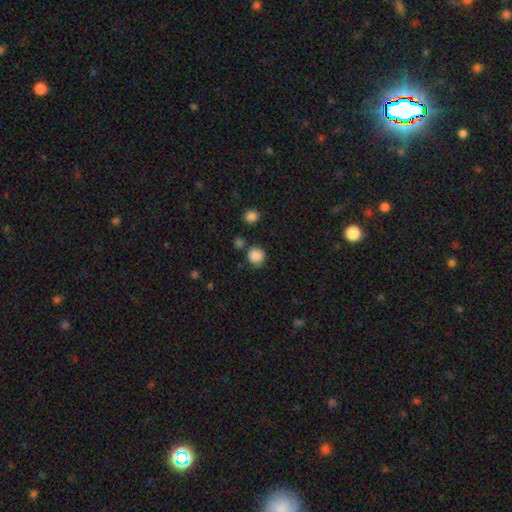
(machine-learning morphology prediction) A smooth galaxy with no disk features (86%) that is round (90%).

Vote fractions:
- Smooth or featured? smooth: 86% / star or artifact: 10% / featured or disk: 3%
- How rounded? round: 90% / in between: 9% / cigar-shaped: 1%
- Merging? none: 78% / minor disturbance: 12% / merger: 6% / major disturbance: 4%